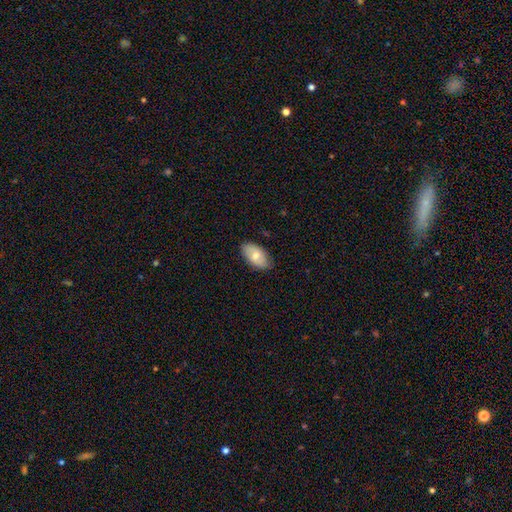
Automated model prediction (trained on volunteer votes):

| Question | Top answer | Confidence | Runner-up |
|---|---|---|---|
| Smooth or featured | smooth | 71% | featured or disk (23%) |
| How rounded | in between | 94% | round (4%) |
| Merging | none | 81% | minor disturbance (15%) |